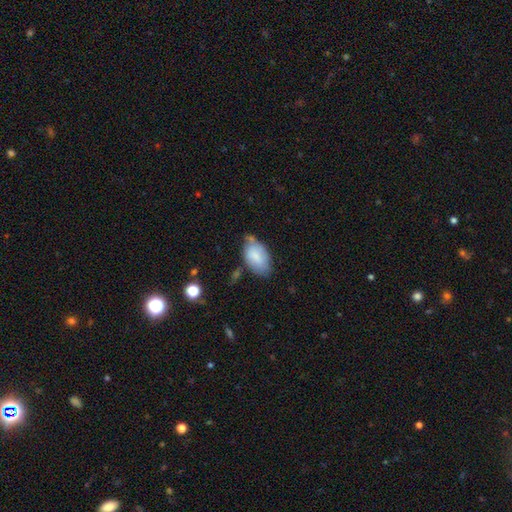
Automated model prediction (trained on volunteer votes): Smooth or featured? Predicted: smooth (p=0.77). How rounded? Predicted: in between (p=0.93). Merging? Predicted: none (p=0.54).